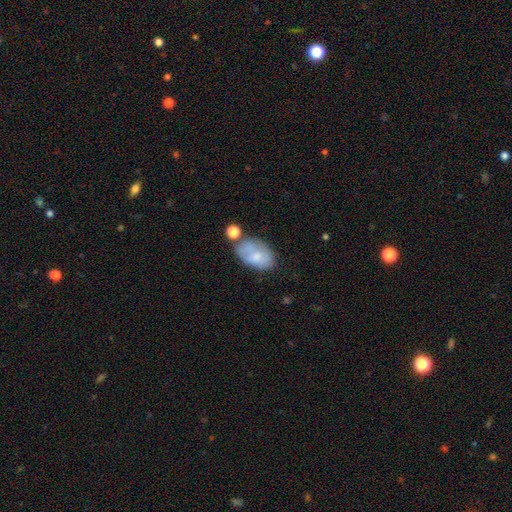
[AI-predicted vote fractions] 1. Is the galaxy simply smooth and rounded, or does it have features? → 69% smooth, 23% featured or disk, 7% star or artifact.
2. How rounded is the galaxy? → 91% in between, 8% round, 1% cigar-shaped.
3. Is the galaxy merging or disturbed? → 48% none, 26% minor disturbance, 16% merger, 9% major disturbance.